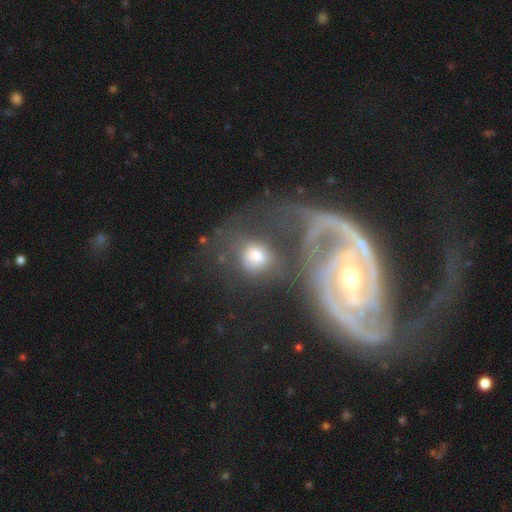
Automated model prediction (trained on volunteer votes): A smooth galaxy with no disk features (47%). Merging: none (38%).